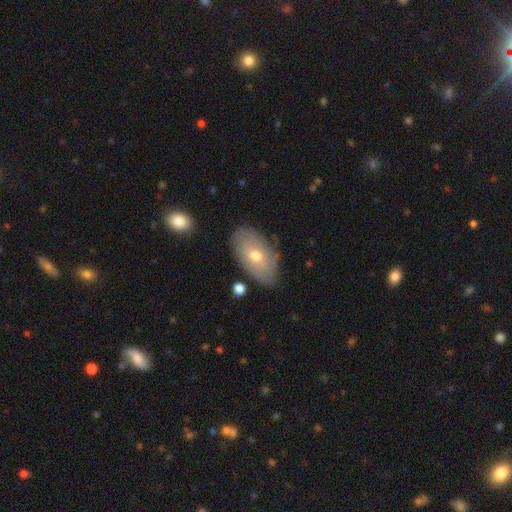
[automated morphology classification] A smooth galaxy with no disk features (51%) that is in between round and cigar-shaped (93%). Merging: none (80%).